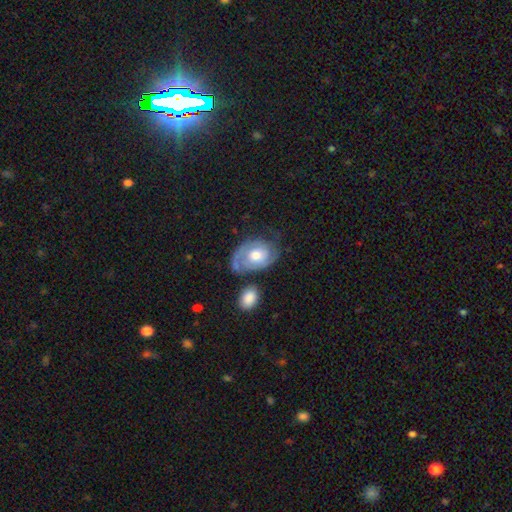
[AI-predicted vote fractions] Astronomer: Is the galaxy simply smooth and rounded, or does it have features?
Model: featured or disk — 74%.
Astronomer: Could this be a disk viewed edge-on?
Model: no — 97%.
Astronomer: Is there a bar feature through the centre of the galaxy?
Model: no — 74%.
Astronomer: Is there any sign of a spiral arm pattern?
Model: yes — 87%.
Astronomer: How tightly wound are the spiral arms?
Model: tight — 56% (runner-up: medium, 33%).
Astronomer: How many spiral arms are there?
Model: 2 — 65%.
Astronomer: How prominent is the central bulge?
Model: moderate — 70%.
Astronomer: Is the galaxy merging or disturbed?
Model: none — 55%.